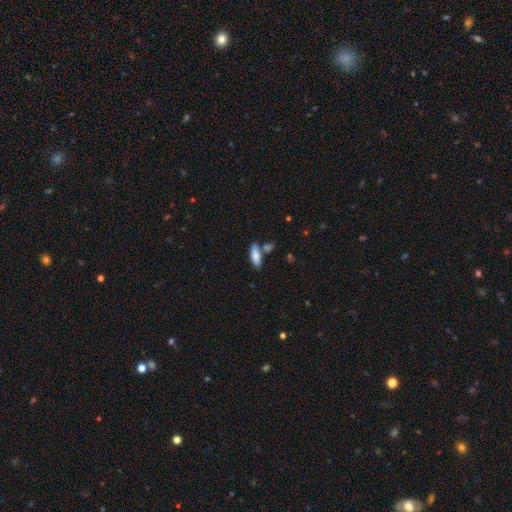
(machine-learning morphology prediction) smooth_or_featured: smooth (p=0.81) [alt: featured or disk p=0.13]
how_rounded: in between (p=0.64) [alt: cigar-shaped p=0.33]
merging: none (p=0.66) [alt: merger p=0.16]